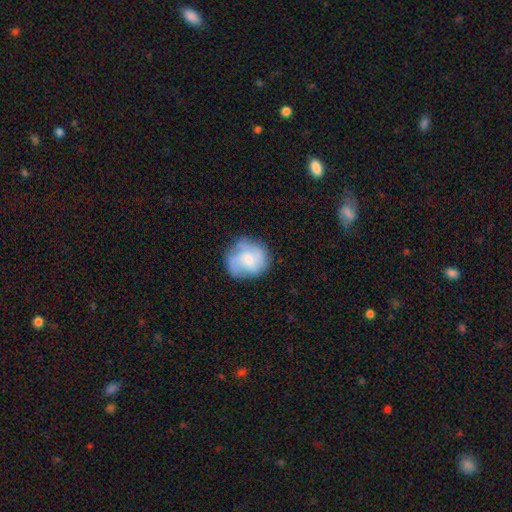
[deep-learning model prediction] A featured or disk galaxy (53%) with no bar (59%), spiral arms (83%) and a small central bulge (43%). Merging: none (66%).